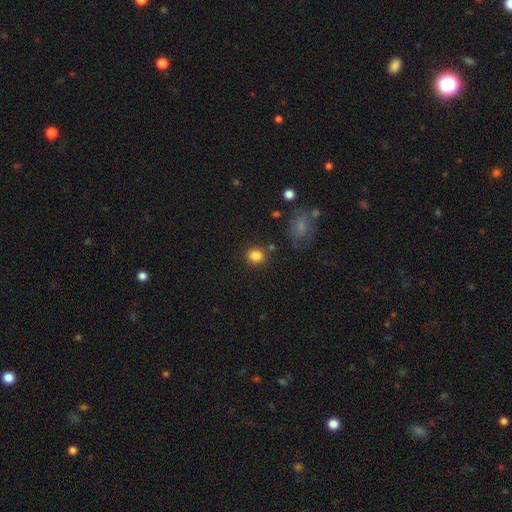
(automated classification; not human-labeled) Smooth or featured? Predicted: smooth (p=0.84). How rounded? Predicted: round (p=0.70). Merging? Predicted: none (p=0.82).